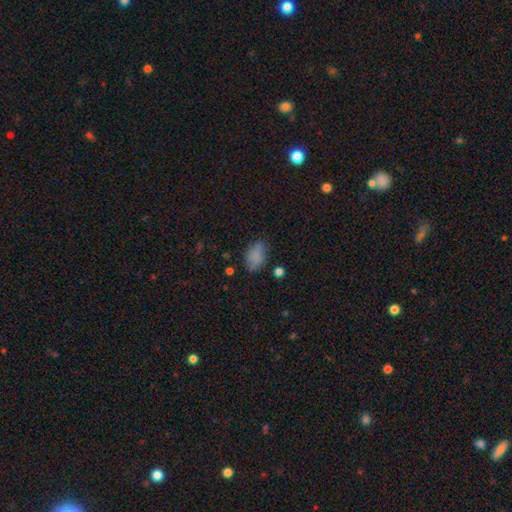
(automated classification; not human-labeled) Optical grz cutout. It shows a smooth galaxy with no disk features (80%) that is in between round and cigar-shaped (89%). Merging: none (67%).